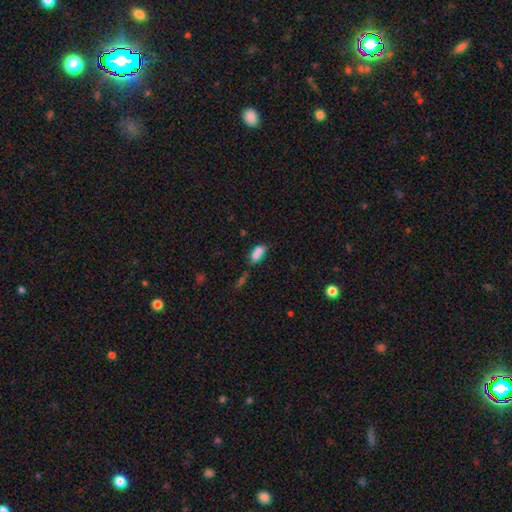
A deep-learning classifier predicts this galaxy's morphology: A smooth galaxy with no disk features (67%) that is in between round and cigar-shaped (66%).

Vote fractions:
- Smooth or featured? smooth: 67% / featured or disk: 22% / star or artifact: 11%
- How rounded? in between: 66% / round: 28% / cigar-shaped: 6%
- Merging? merger: 67% / none: 20% / minor disturbance: 8% / major disturbance: 5%